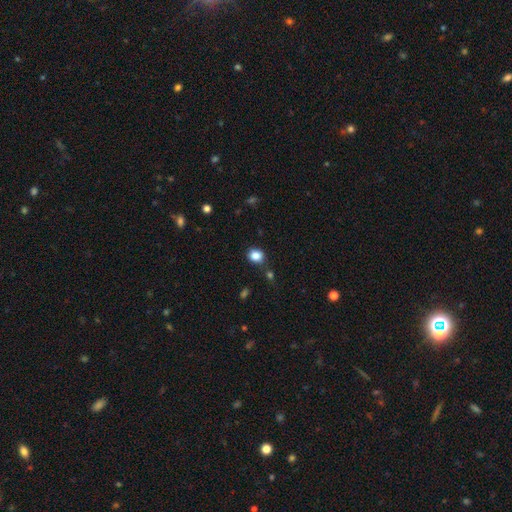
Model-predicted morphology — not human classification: smooth 85%, star or artifact 10%, featured or disk 4%. Down the decision tree: how rounded — round (65%); merging — none (79%).